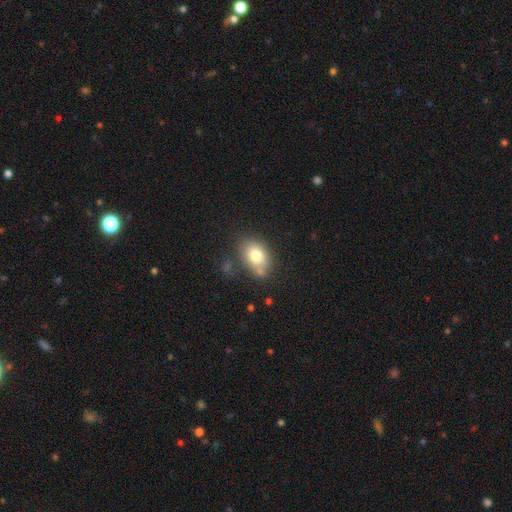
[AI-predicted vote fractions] smooth-or-featured: smooth: 78% | featured or disk: 13% | star or artifact: 9%
  how-rounded: in between: 76% | round: 22% | cigar-shaped: 1%
  merging: none: 64% | minor disturbance: 21% | merger: 9% | major disturbance: 6%